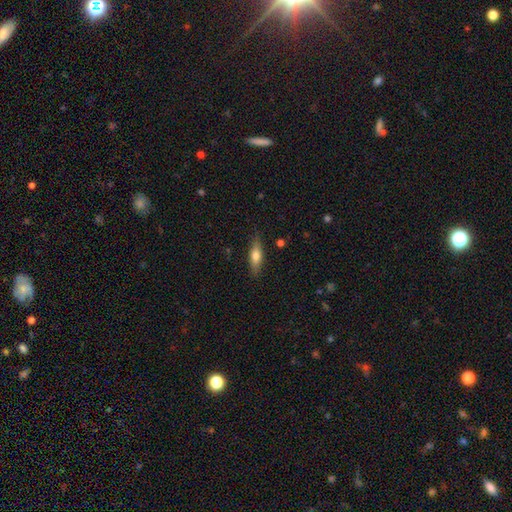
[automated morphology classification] Smooth or featured? smooth (64%)
How rounded? cigar-shaped (53%)
Merging? none (84%)